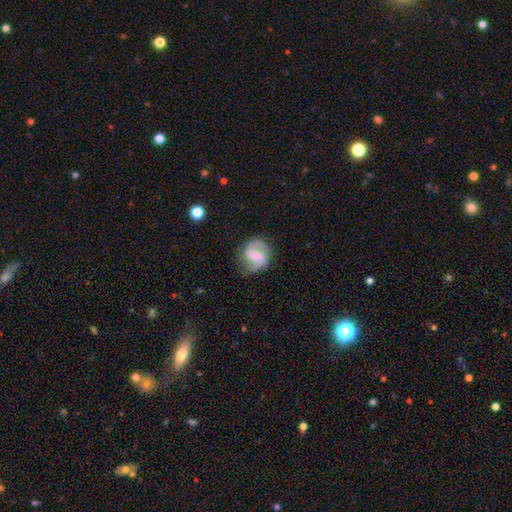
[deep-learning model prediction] Morphology: type=featured or disk (75%); edge-on=no (98%); bar=weak (51%); spiral arms=yes (92%); winding=medium (50%); arm count=2 (87%); bulge=moderate (48%); merging=none (75%).